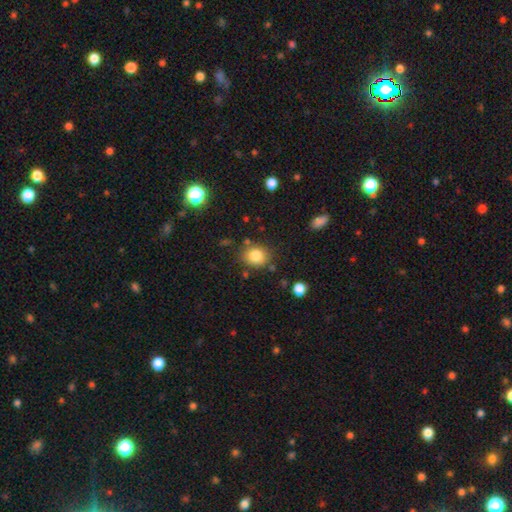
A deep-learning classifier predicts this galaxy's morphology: smooth-or-featured: smooth: 82% | star or artifact: 11% | featured or disk: 7%
  how-rounded: round: 65% | in between: 34% | cigar-shaped: 1%
  merging: none: 78% | minor disturbance: 13% | merger: 5% | major disturbance: 4%